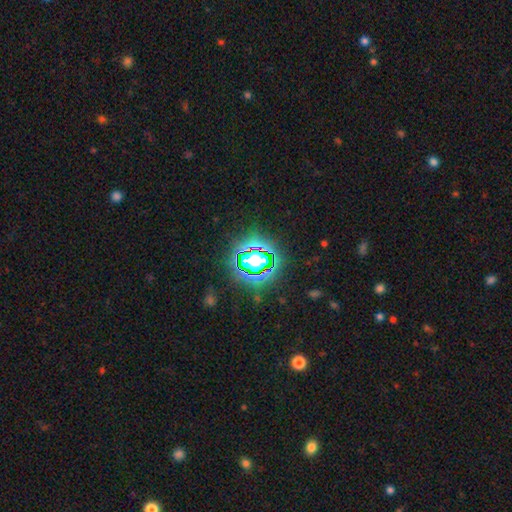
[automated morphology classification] smooth_or_featured: star or artifact (p=0.78) [alt: smooth p=0.14]